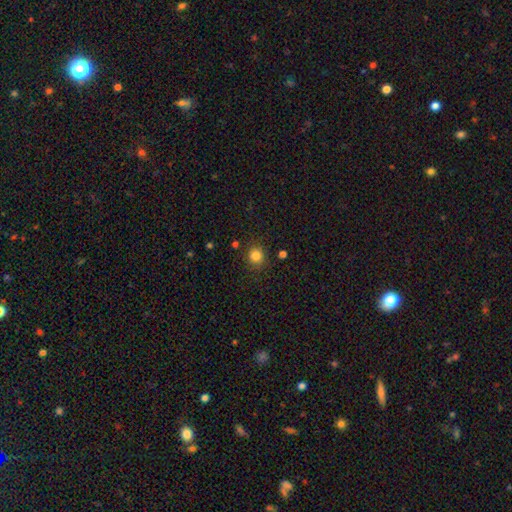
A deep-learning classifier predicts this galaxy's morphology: Smooth or featured? smooth (83%)
How rounded? round (89%)
Merging? none (86%)